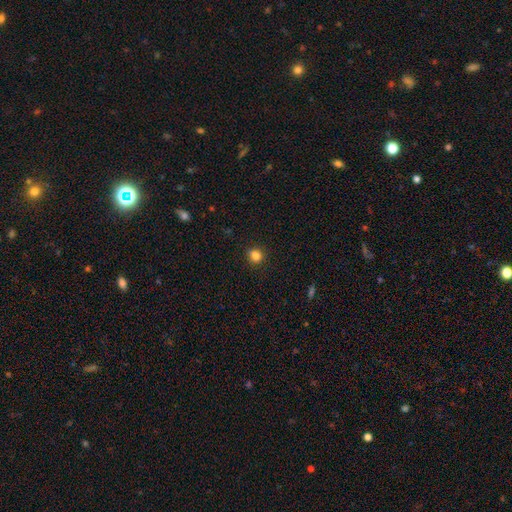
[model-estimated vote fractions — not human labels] Smooth or featured? Predicted: smooth (p=0.83). How rounded? Predicted: round (p=0.75). Merging? Predicted: none (p=0.84).